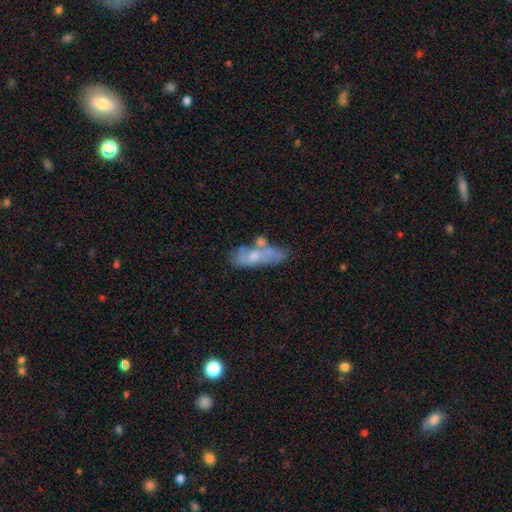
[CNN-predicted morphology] type=smooth (51%); roundness=in between (55%); merging=none (39%).